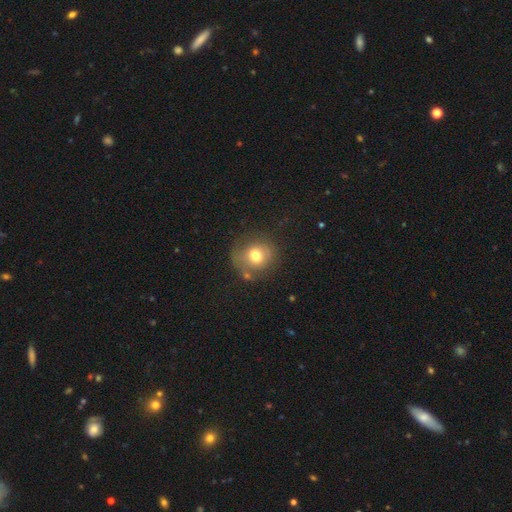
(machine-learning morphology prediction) Smooth or featured? Predicted: smooth (p=0.68). How rounded? Predicted: round (p=0.84). Merging? Predicted: none (p=0.63).